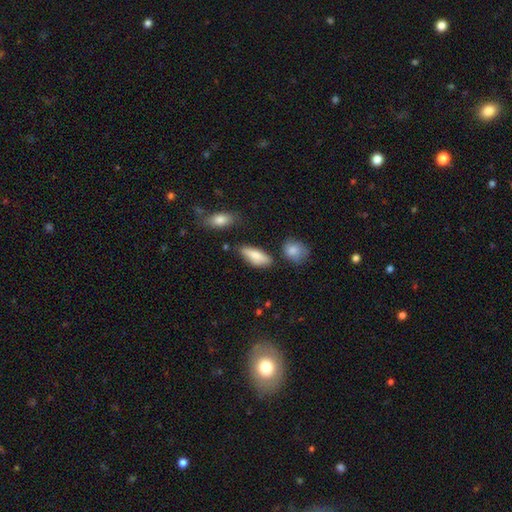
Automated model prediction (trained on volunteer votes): This appears to be a smooth galaxy with no disk features (79%) that is in between round and cigar-shaped (67%). Merging: none (70%).